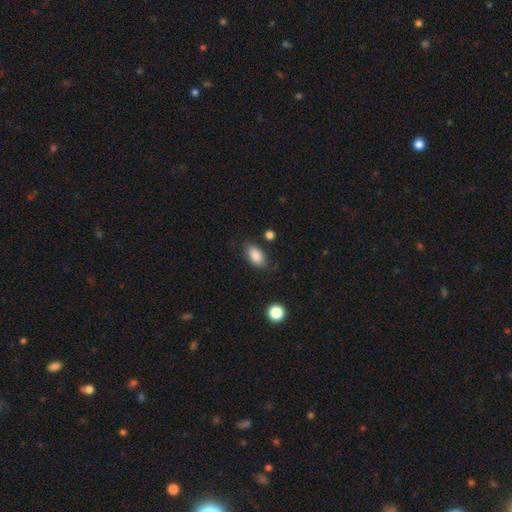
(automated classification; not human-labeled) Q: Smooth or featured?
A: smooth (87%); runner-up: star or artifact (8%)
Q: How rounded?
A: in between (91%); runner-up: round (6%)
Q: Merging?
A: none (78%); runner-up: minor disturbance (15%)